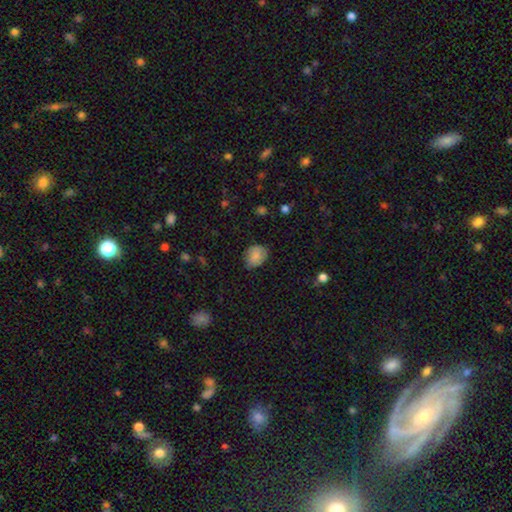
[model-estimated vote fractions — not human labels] Smooth or featured? Predicted: smooth (p=0.81). How rounded? Predicted: in between (p=0.60). Merging? Predicted: none (p=0.72).